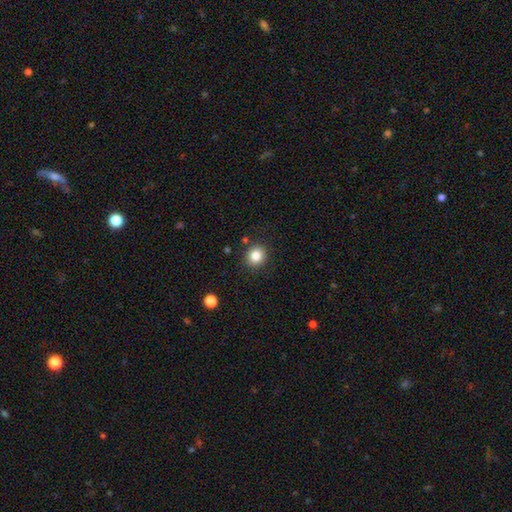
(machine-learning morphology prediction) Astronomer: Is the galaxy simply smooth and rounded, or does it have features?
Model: smooth — 84%.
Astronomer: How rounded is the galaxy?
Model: round — 82%.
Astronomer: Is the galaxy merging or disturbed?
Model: none — 88%.